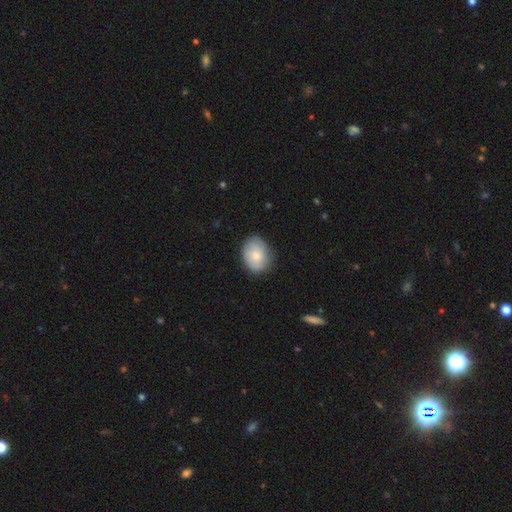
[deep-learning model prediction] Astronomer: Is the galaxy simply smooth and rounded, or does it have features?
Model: smooth — 74%.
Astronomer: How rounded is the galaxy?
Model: in between — 60% (runner-up: round, 40%).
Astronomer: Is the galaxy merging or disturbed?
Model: none — 75%.